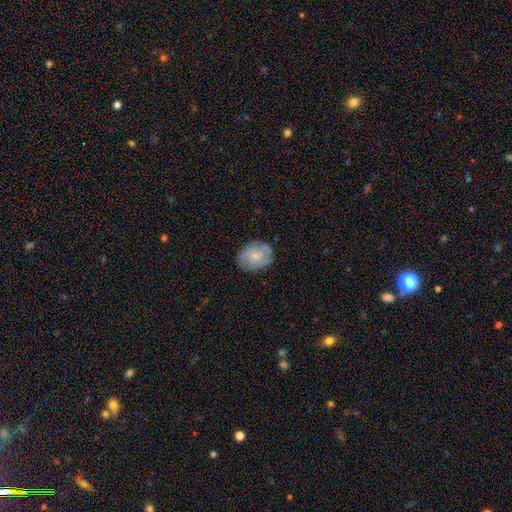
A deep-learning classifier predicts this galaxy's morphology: A featured or disk galaxy (51%). Merging: none (77%).